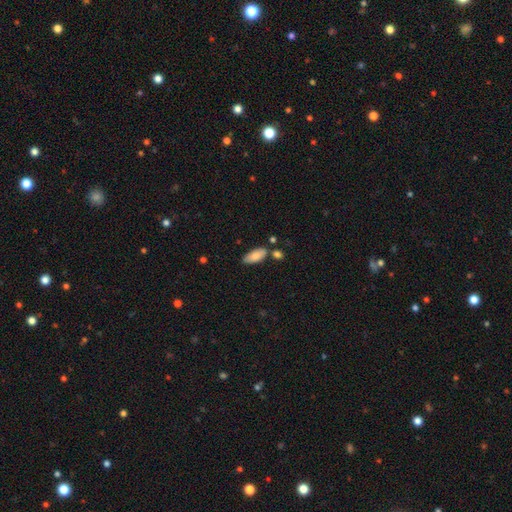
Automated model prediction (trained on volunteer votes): Q: Smooth or featured?
A: smooth (83%); runner-up: featured or disk (11%)
Q: How rounded?
A: in between (85%); runner-up: cigar-shaped (13%)
Q: Merging?
A: none (70%); runner-up: minor disturbance (16%)